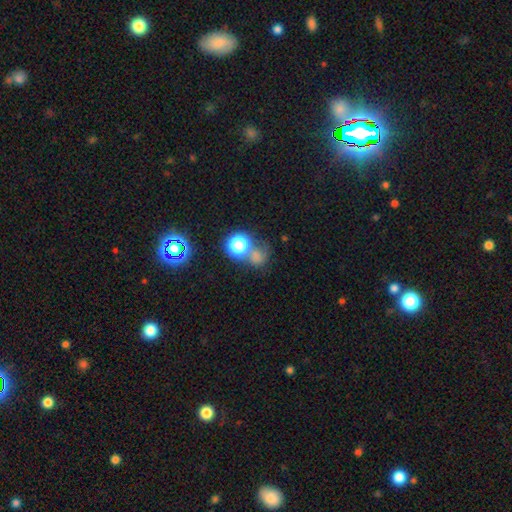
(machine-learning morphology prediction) Overall: smooth (49%; star or artifact 40%). Merging: none (52%; merger 30%).